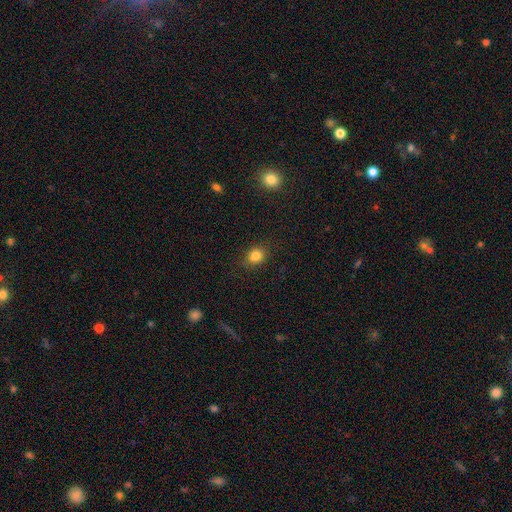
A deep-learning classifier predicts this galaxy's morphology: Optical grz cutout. It shows a smooth galaxy with no disk features (81%) that is round (64%). Merging: none (82%).